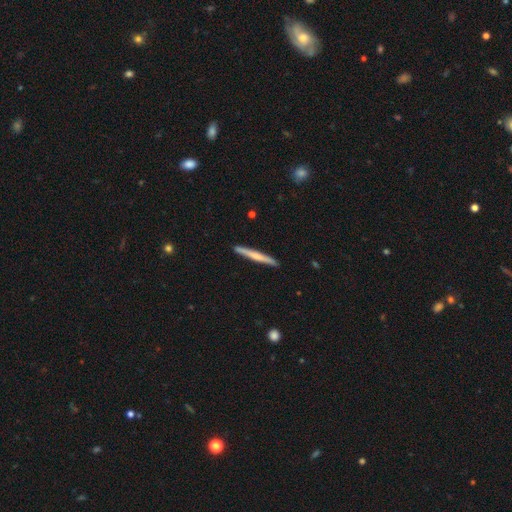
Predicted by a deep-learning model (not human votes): This is possibly a smooth galaxy (50%). Merging: clearly none (91%).